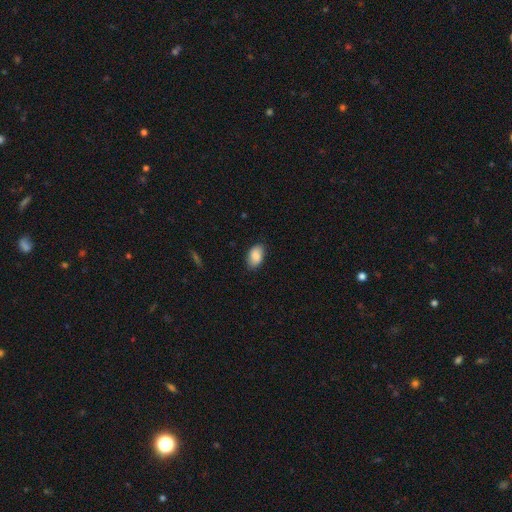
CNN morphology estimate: Q: Smooth or featured?
A: smooth (84%); runner-up: featured or disk (9%)
Q: How rounded?
A: in between (92%); runner-up: round (6%)
Q: Merging?
A: none (82%); runner-up: minor disturbance (14%)